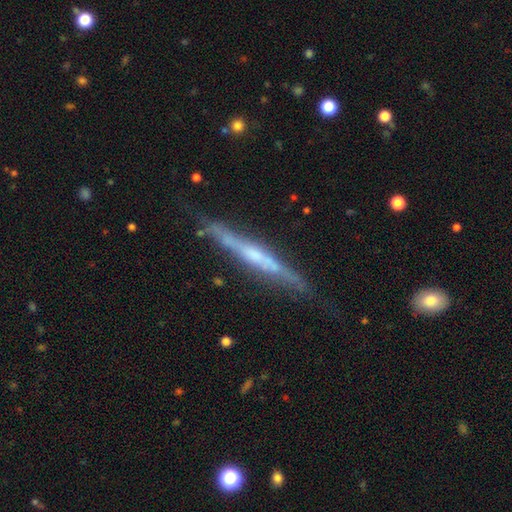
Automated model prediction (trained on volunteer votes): smooth_or_featured: featured or disk (p=0.72) [alt: smooth p=0.22]
disk_edge_on: yes (p=0.94) [alt: no p=0.06]
edge_on_bulge: none (p=0.48) [alt: rounded p=0.38]
merging: none (p=0.76) [alt: minor disturbance p=0.18]